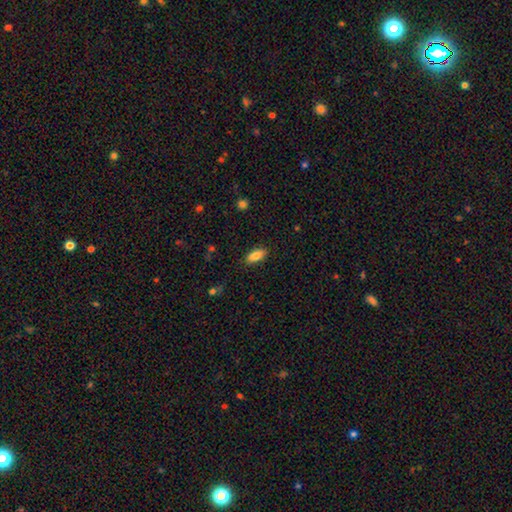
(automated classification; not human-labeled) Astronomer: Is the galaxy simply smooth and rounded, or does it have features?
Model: smooth — 84%.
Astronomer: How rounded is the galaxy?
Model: in between — 87%.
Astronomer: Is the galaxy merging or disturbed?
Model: none — 87%.